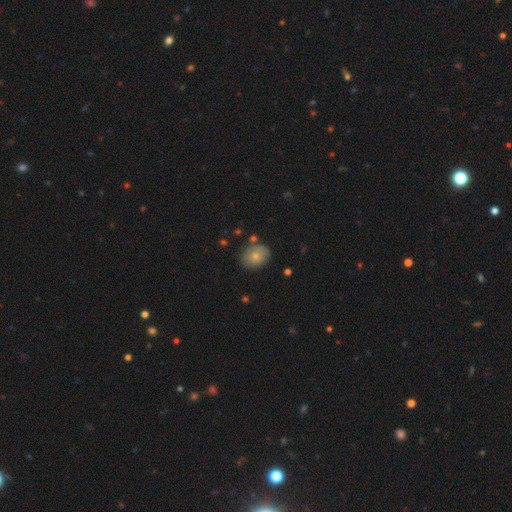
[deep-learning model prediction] This appears to be a smooth galaxy with no disk features (72%) that is in between round and cigar-shaped (57%). Merging: none (75%).